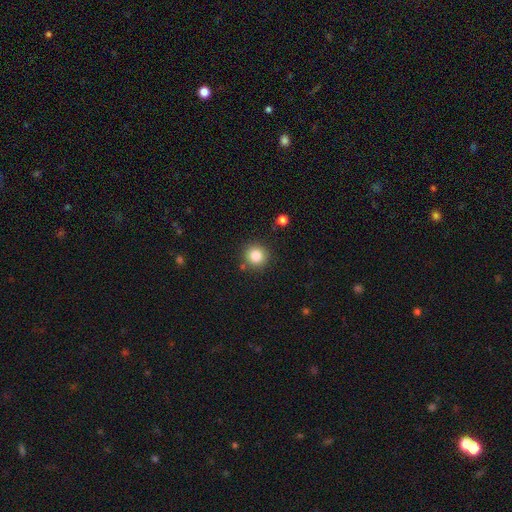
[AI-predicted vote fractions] smooth 84%, star or artifact 11%, featured or disk 6%. Down the decision tree: how rounded — round (93%); merging — none (87%).